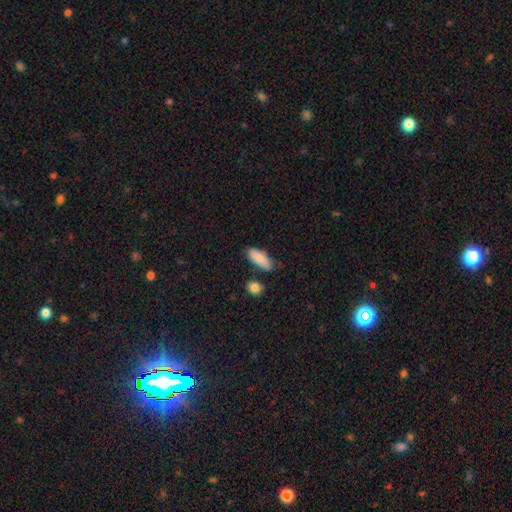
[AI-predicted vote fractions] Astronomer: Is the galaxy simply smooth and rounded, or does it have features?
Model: smooth — 87%.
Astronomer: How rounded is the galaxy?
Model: in between — 74%.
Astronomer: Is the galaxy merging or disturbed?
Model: none — 77%.